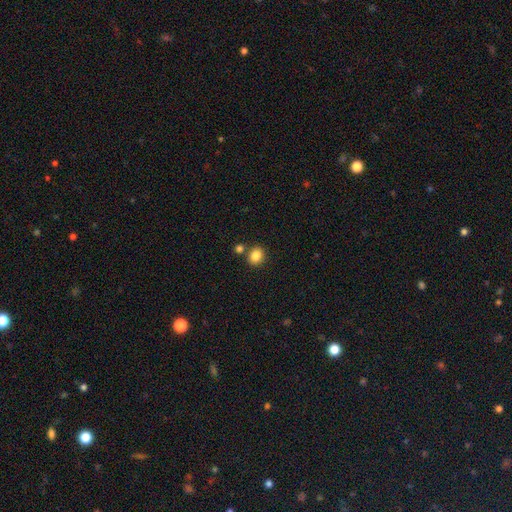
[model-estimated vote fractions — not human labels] Overall: smooth (85%). How rounded: round (66%; in between 33%). Merging: none (76%).